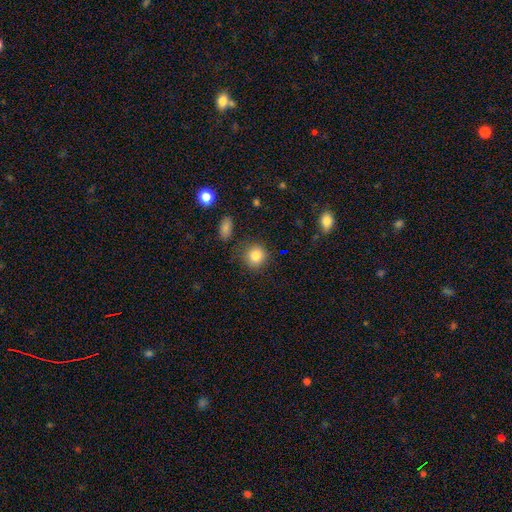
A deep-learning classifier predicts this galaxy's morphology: The model was most divided on "smooth or featured": smooth: 83%, star or artifact: 10%, featured or disk: 7%. More confident: how rounded — round (88%); merging — none (84%).